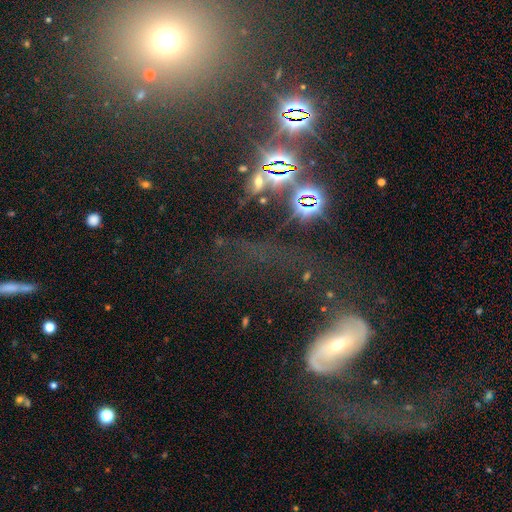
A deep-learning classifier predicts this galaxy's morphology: Smooth or featured?
  - featured or disk: 48% *
  - star or artifact: 30%
  - smooth: 22%
Merging?
  - none: 46% *
  - major disturbance: 27%
  - minor disturbance: 15%
  - merger: 12%